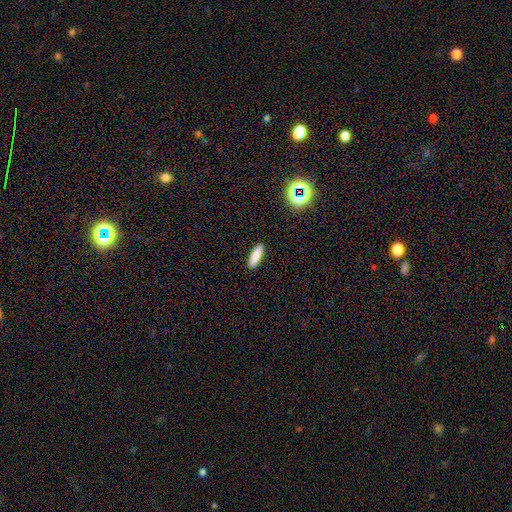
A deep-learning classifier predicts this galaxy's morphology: smooth_or_featured: smooth (p=0.86) [alt: star or artifact p=0.08]
how_rounded: cigar-shaped (p=0.63) [alt: in between p=0.35]
merging: none (p=0.91) [alt: minor disturbance p=0.06]